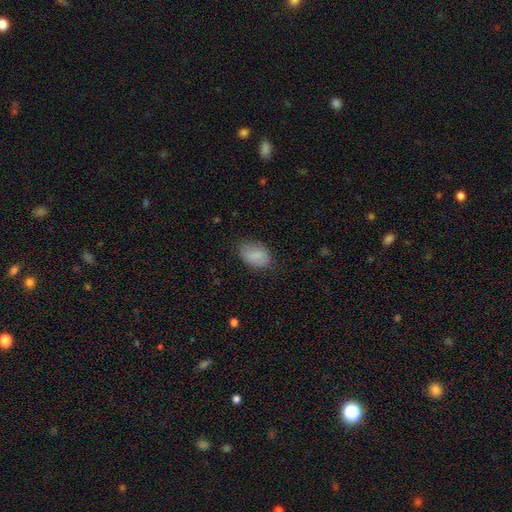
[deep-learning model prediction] This is clearly a smooth galaxy (83%). How rounded: clearly in between (86%). Merging: likely none (75%).